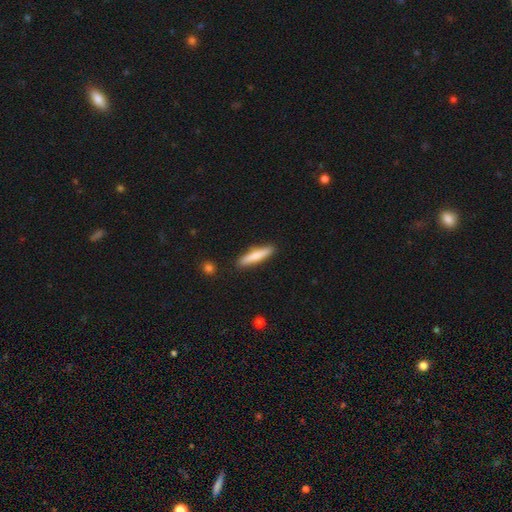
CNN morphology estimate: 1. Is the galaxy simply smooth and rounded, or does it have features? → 68% smooth, 26% featured or disk, 5% star or artifact.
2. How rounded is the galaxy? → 88% cigar-shaped, 10% in between, 1% round.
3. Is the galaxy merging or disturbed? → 89% none, 7% minor disturbance, 2% merger, 2% major disturbance.